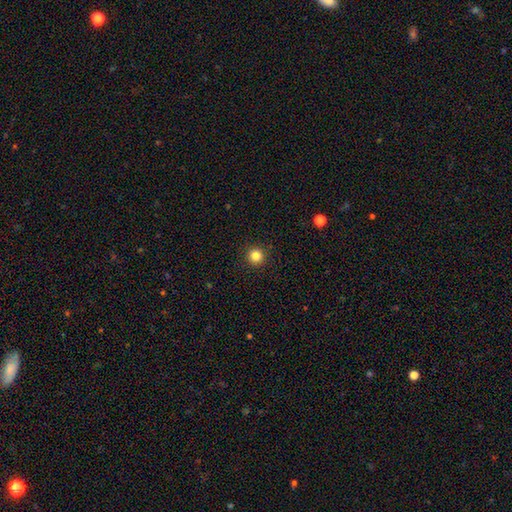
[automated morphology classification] Smooth or featured? Predicted: smooth (p=0.83). How rounded? Predicted: round (p=0.96). Merging? Predicted: none (p=0.93).